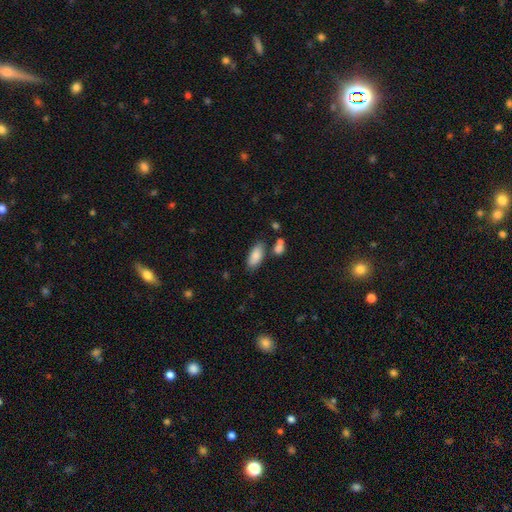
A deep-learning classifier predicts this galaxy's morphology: Overall: smooth (85%). How rounded: in between (86%). Merging: none (73%).